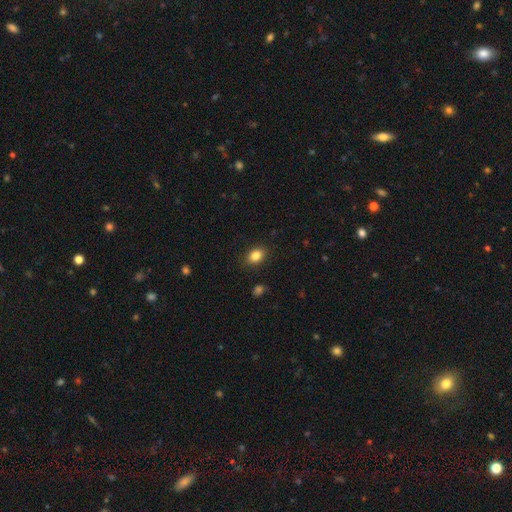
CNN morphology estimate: Smooth or featured? Predicted: smooth (p=0.85). How rounded? Predicted: in between (p=0.73). Merging? Predicted: none (p=0.87).